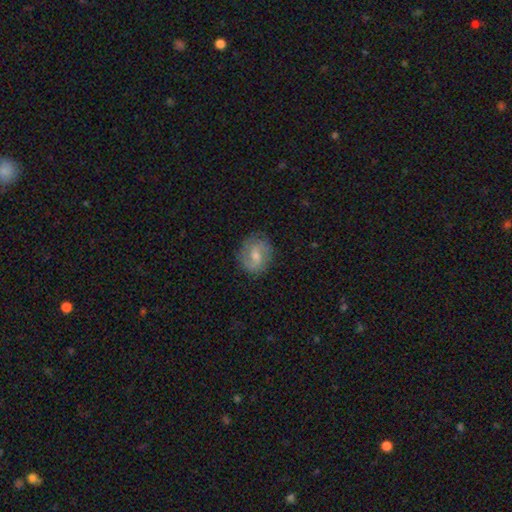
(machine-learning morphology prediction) Q: Smooth or featured?
A: featured or disk (64%); runner-up: smooth (28%)
Q: Edge-on disk?
A: no (97%); runner-up: yes (3%)
Q: Bar?
A: weak (53%); runner-up: no (32%)
Q: Spiral arms?
A: yes (88%); runner-up: no (12%)
Q: Spiral winding?
A: medium (44%); runner-up: tight (33%)
Q: Spiral arm count?
A: 2 (77%); runner-up: can't tell (13%)
Q: Bulge size?
A: moderate (54%); runner-up: small (39%)
Q: Merging?
A: none (82%); runner-up: minor disturbance (13%)